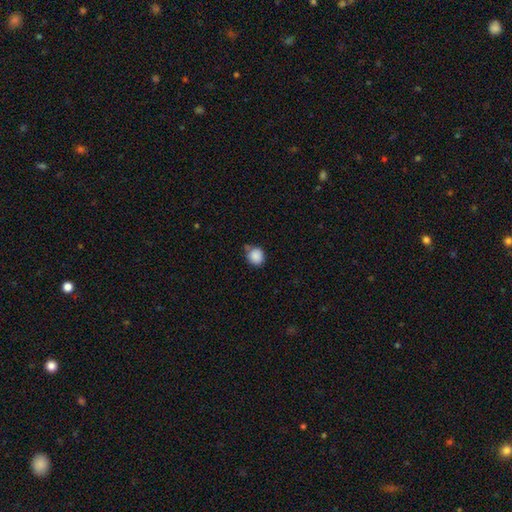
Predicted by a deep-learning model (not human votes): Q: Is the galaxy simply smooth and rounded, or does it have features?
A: smooth — 88%.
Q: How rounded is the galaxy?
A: round — 82%.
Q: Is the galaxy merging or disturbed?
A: none — 69%.